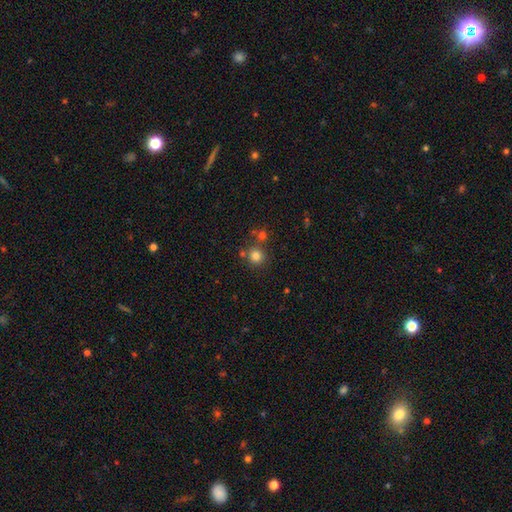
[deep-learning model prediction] smooth_or_featured: smooth (p=0.78) [alt: star or artifact p=0.15]
how_rounded: round (p=0.91) [alt: in between p=0.08]
merging: none (p=0.72) [alt: merger p=0.16]